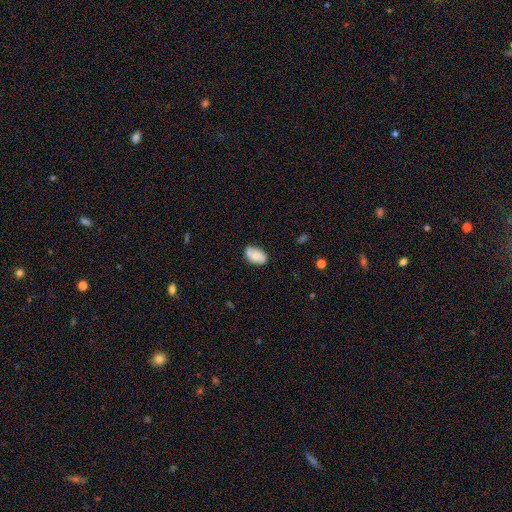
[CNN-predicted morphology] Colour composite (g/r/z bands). It shows a smooth galaxy with no disk features (58%) that is in between round and cigar-shaped (87%). Merging: none (59%).